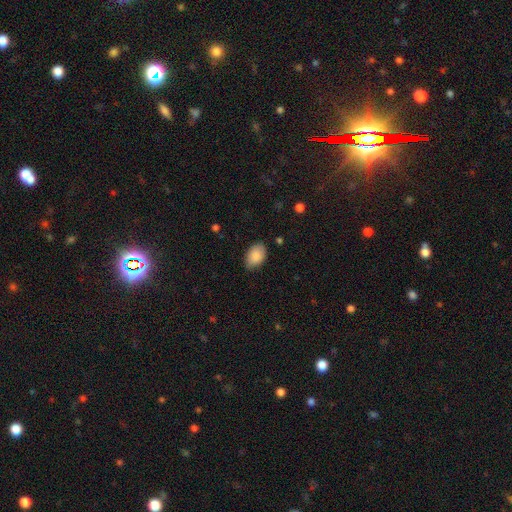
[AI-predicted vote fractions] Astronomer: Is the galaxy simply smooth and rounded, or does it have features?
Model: smooth — 87%.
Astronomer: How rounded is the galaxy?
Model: in between — 89%.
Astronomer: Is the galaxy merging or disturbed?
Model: none — 79%.